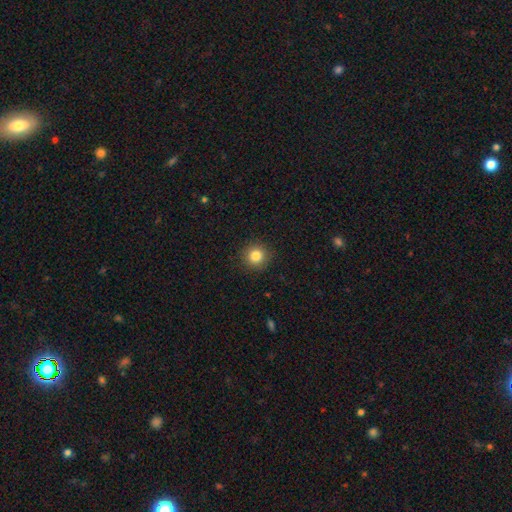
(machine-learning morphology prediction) smooth 83%, star or artifact 11%, featured or disk 6%. Down the decision tree: how rounded — round (94%); merging — none (91%).